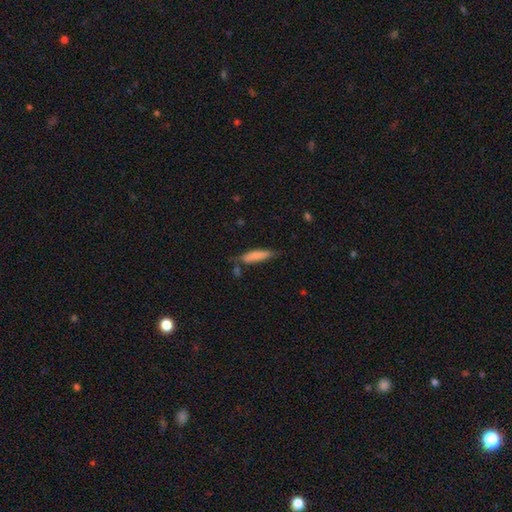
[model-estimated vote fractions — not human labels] smooth-or-featured: smooth: 80% | featured or disk: 13% | star or artifact: 6%
  how-rounded: cigar-shaped: 74% | in between: 25% | round: 2%
  merging: none: 65% | minor disturbance: 24% | merger: 6% | major disturbance: 5%